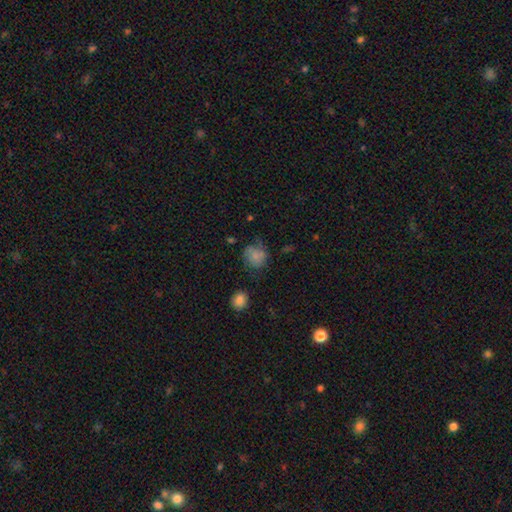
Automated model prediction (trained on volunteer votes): Smooth or featured? Predicted: smooth (p=0.73). How rounded? Predicted: round (p=0.74). Merging? Predicted: none (p=0.56).